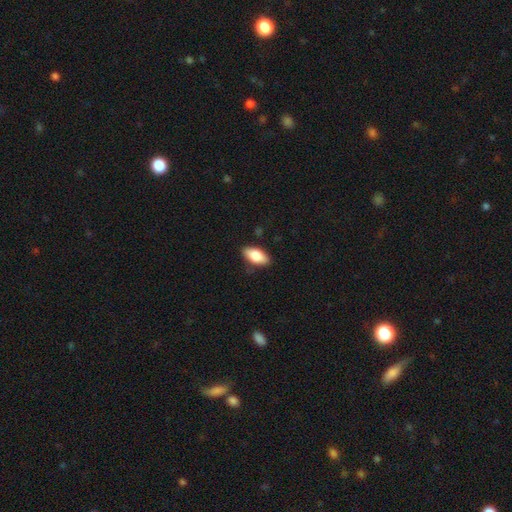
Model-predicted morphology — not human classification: A smooth galaxy with no disk features (81%) that is in between round and cigar-shaped (90%). Merging: none (83%).